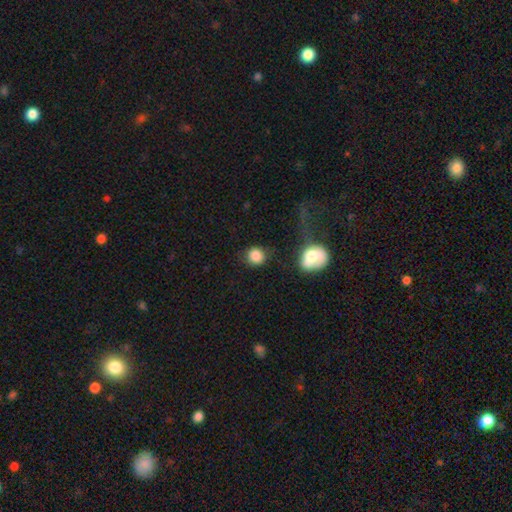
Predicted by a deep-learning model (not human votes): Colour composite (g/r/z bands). It shows a smooth galaxy with no disk features (85%) that is round (85%). Merging: none (70%).